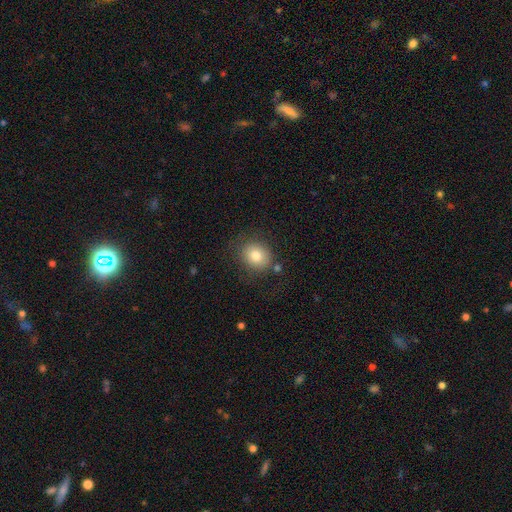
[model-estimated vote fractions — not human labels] This is likely a smooth galaxy (79%). How rounded: likely round (75%). Merging: likely none (78%).